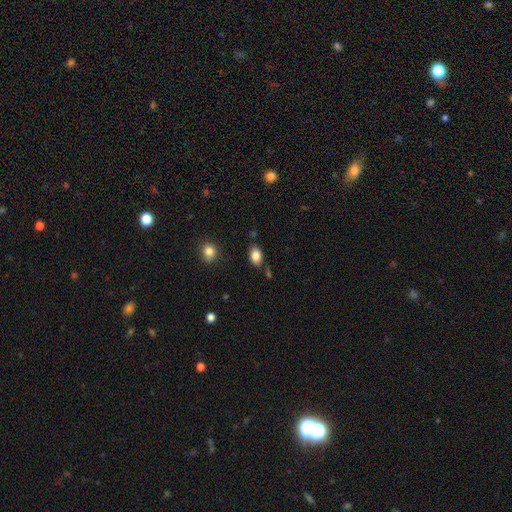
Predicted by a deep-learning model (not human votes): Overall: smooth (85%). How rounded: in between (83%). Merging: none (79%).